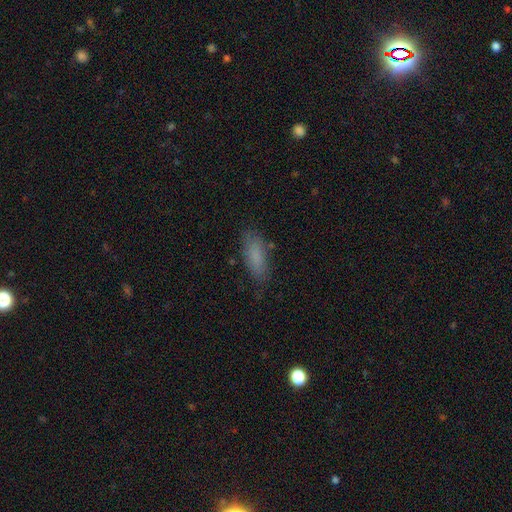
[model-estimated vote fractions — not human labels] A smooth galaxy with no disk features (81%) that is in between round and cigar-shaped (67%). Merging: none (78%).